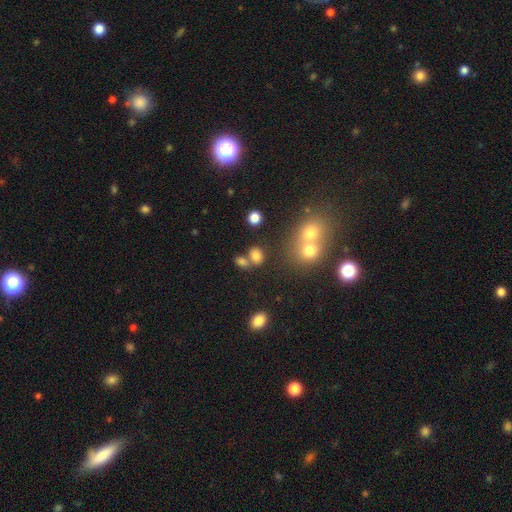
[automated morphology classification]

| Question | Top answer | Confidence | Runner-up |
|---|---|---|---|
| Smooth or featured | smooth | 77% | star or artifact (15%) |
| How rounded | in between | 64% | round (34%) |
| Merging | none | 51% | merger (32%) |